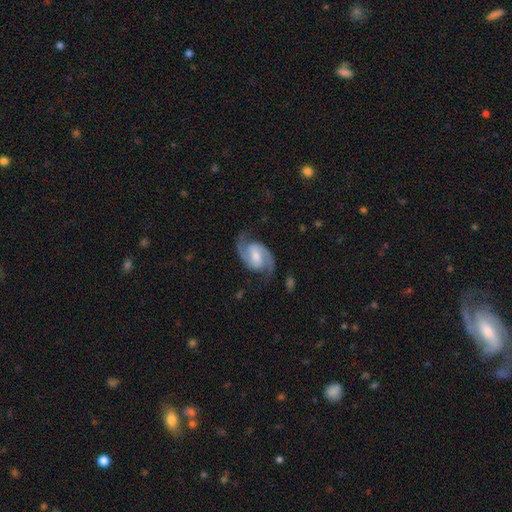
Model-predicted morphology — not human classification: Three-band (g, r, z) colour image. It shows a featured or disk galaxy (91%) with a weak bar (51%), 2 (94%) medium (58%) spiral arms (98%) and a moderate central bulge (55%). Merging: none (80%).